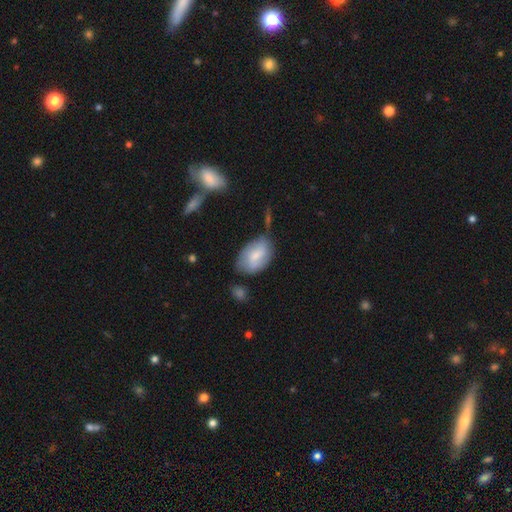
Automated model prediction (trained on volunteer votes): Q: Smooth or featured?
A: smooth (64%); runner-up: featured or disk (29%)
Q: How rounded?
A: in between (89%); runner-up: round (9%)
Q: Merging?
A: none (56%); runner-up: minor disturbance (27%)